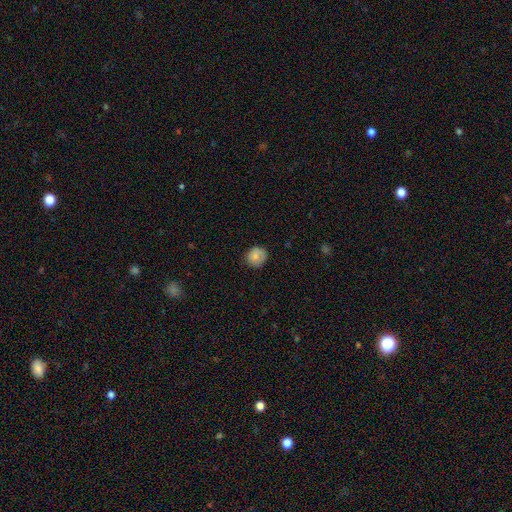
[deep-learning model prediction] A smooth galaxy with no disk features (81%) that is round (84%).

Vote fractions:
- Smooth or featured? smooth: 81% / featured or disk: 11% / star or artifact: 8%
- How rounded? round: 84% / in between: 15% / cigar-shaped: 1%
- Merging? none: 77% / minor disturbance: 18% / major disturbance: 4% / merger: 1%